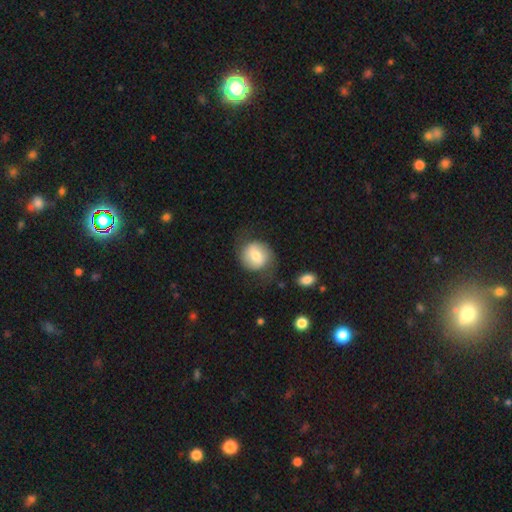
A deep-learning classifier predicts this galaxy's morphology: This appears to be a smooth galaxy with no disk features (62%) that is round (82%). Merging: none (64%).